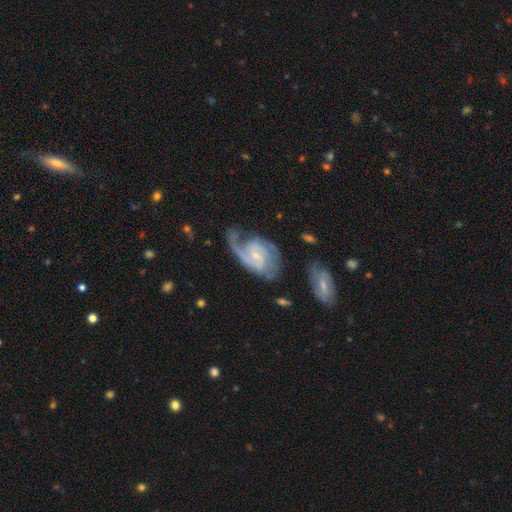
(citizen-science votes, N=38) smooth_or_featured: featured or disk (p=0.87) [alt: smooth p=0.08]
disk_edge_on: no (p=0.97) [alt: yes p=0.03]
bar: weak (p=0.72) [alt: no p=0.16]
has_spiral_arms: yes (p=0.97) [alt: no p=0.03]
spiral_winding: medium (p=0.71) [alt: tight p=0.19]
spiral_arm_count: 2 (p=0.68) [alt: 1 p=0.16]
bulge_size: moderate (p=0.50) [alt: small p=0.44]
merging: none (p=0.50) [alt: major disturbance p=0.36]